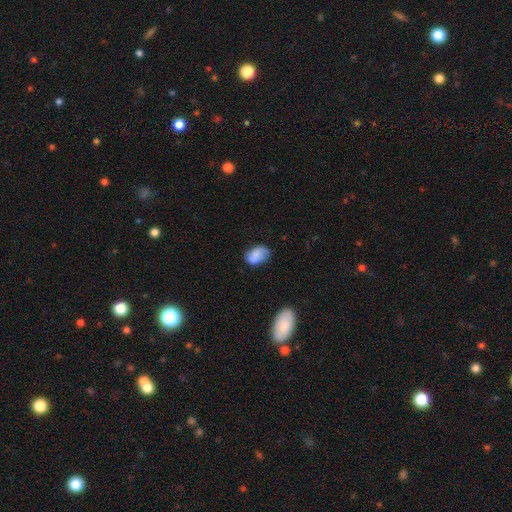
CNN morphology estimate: This is likely a smooth galaxy (79%). How rounded: clearly in between (87%). Merging: possibly none (59%).